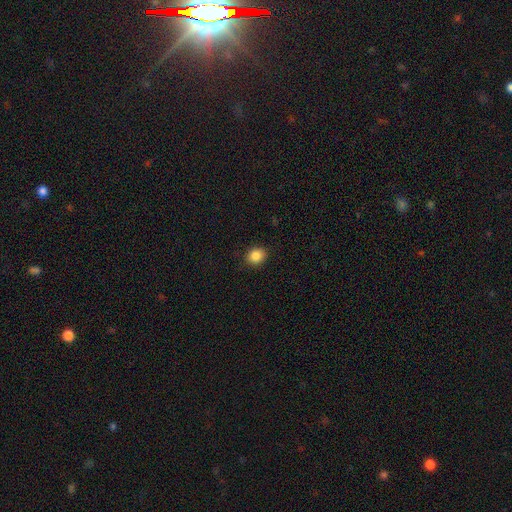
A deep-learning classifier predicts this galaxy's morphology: Smooth or featured: smooth — 86% (star or artifact — 10%)
How rounded: round — 63% (in between — 36%)
Merging: none — 89% (minor disturbance — 8%)